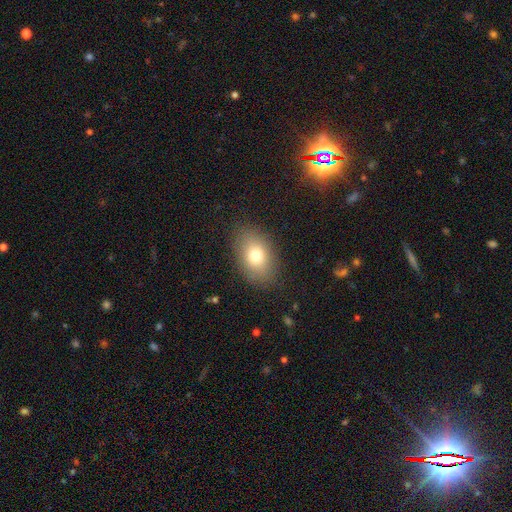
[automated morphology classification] This is likely a smooth galaxy (77%). How rounded: clearly in between (81%). Merging: clearly none (85%).